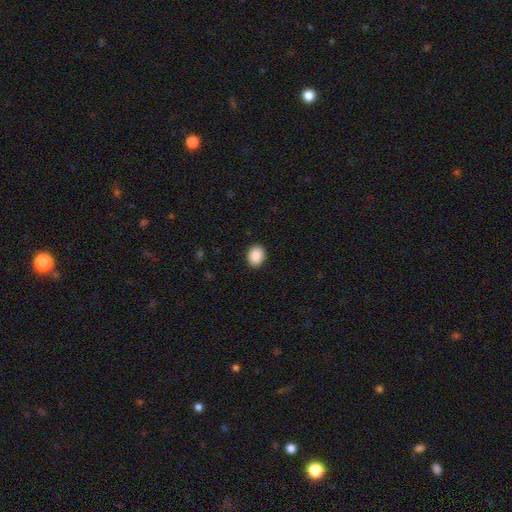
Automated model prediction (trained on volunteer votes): smooth 90%, star or artifact 8%, featured or disk 2%. Down the decision tree: how rounded — in between (53%); merging — none (91%).